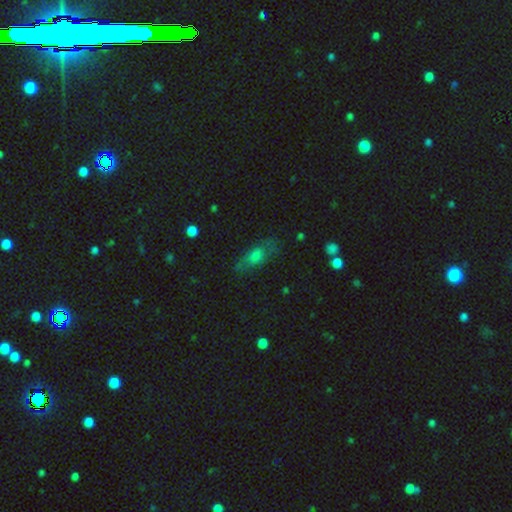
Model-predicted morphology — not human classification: smooth 56%, featured or disk 29%, star or artifact 15%. Down the decision tree: how rounded — in between (69%); merging — none (68%).